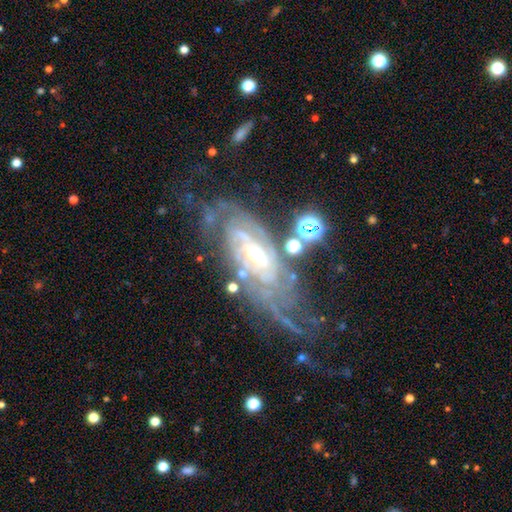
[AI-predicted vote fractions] Smooth or featured? featured or disk (88%)
Edge-on disk? no (94%)
Bar? weak (40%)
Spiral arms? yes (97%)
Spiral winding? tight (70%)
Spiral arm count? 2 (30%)
Bulge size? small (55%)
Merging? none (60%)